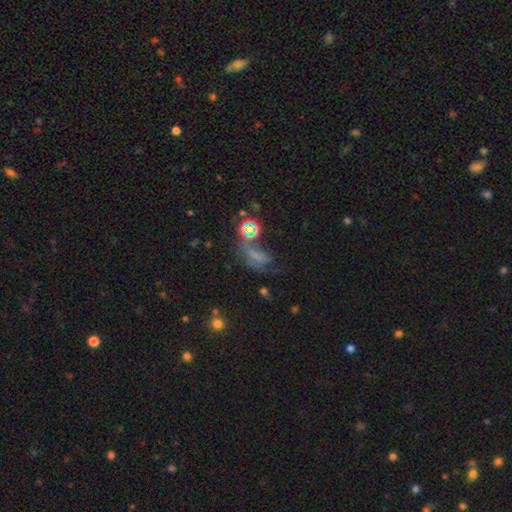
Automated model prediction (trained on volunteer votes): This appears to be a star or artifact, not a galaxy (43%).